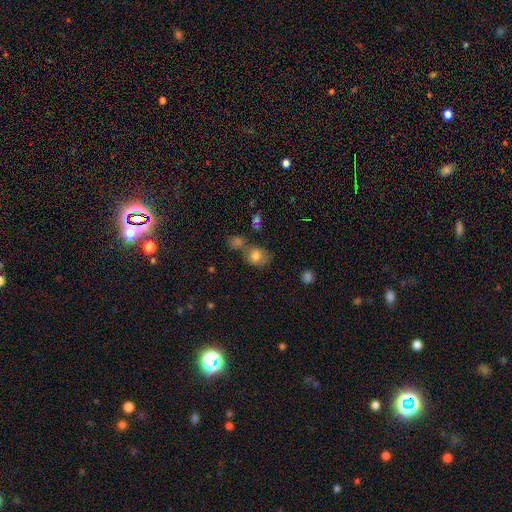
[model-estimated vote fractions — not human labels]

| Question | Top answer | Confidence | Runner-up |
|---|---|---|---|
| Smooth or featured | smooth | 77% | featured or disk (12%) |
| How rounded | round | 53% | in between (46%) |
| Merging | none | 45% | merger (32%) |